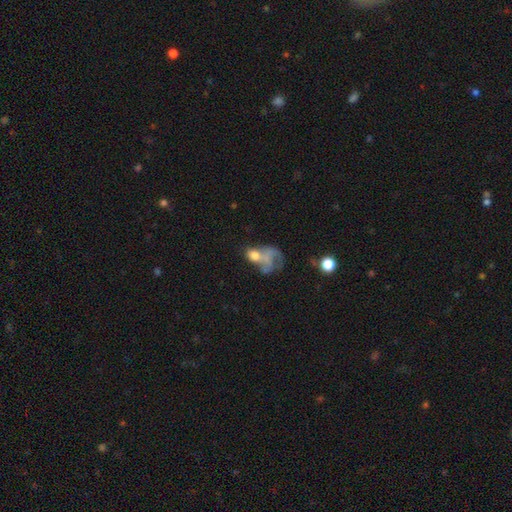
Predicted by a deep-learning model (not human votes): This appears to be a smooth galaxy with no disk features (47%). Merging: major disturbance (38%).